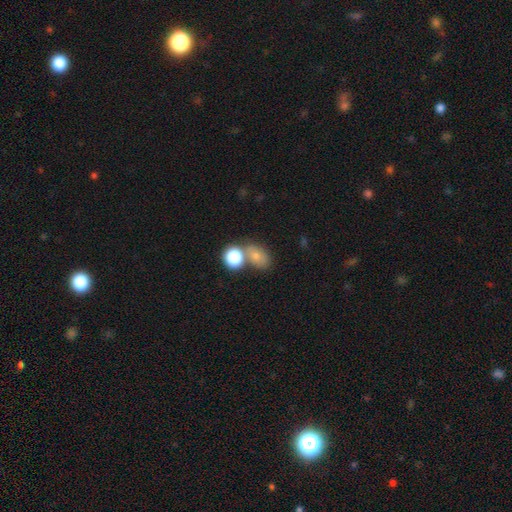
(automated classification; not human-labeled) A smooth galaxy with no disk features (72%) that is in between round and cigar-shaped (65%).

Vote fractions:
- Smooth or featured? smooth: 72% / star or artifact: 15% / featured or disk: 13%
- How rounded? in between: 65% / round: 34% / cigar-shaped: 1%
- Merging? none: 48% / merger: 34% / minor disturbance: 13% / major disturbance: 6%